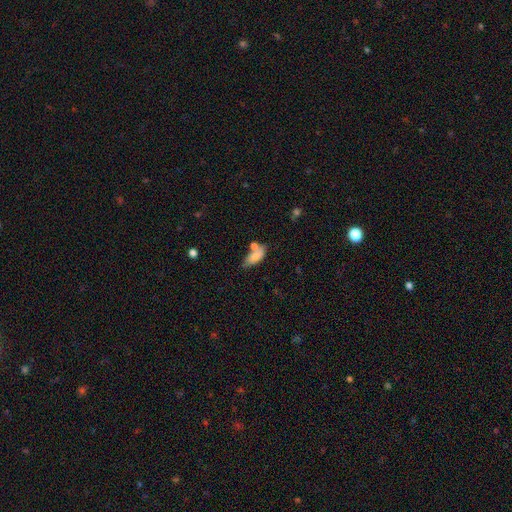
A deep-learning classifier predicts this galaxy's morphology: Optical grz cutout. It shows a smooth galaxy with no disk features (76%) that is in between round and cigar-shaped (78%). Merging: none (38%).